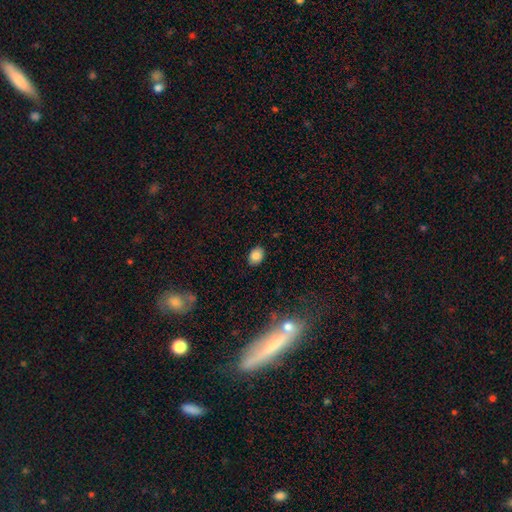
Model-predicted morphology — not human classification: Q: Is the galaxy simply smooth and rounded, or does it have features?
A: smooth — 84%.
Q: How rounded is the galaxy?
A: in between — 69%.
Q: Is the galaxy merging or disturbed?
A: none — 87%.